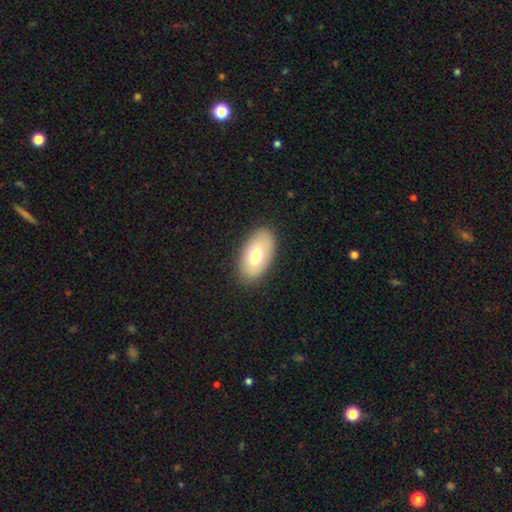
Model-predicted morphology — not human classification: This is likely a smooth galaxy (70%). How rounded: clearly in between (94%). Merging: clearly none (86%).